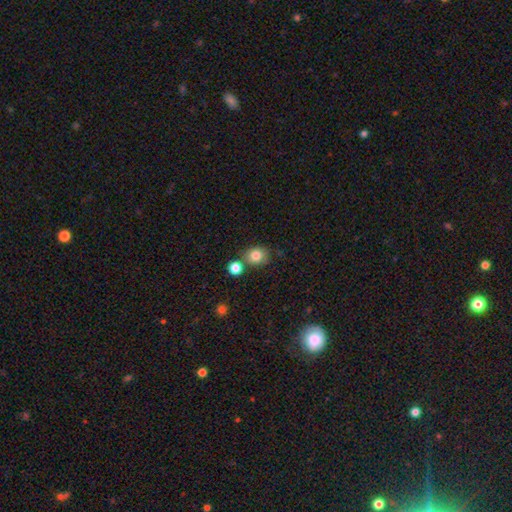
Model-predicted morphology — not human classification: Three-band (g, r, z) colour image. It shows a smooth galaxy with no disk features (82%) that is round (70%). Merging: none (66%).